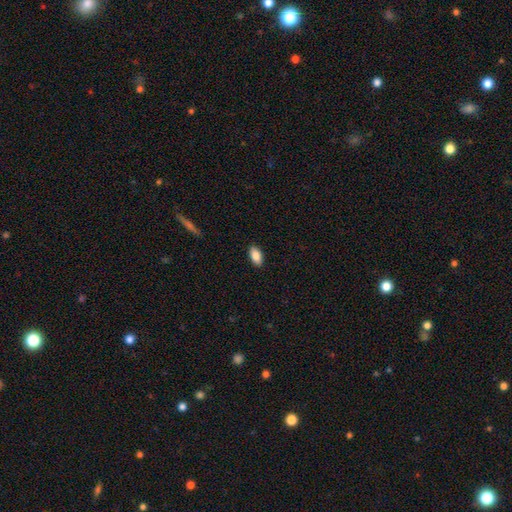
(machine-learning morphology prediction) Smooth or featured? smooth (87%)
How rounded? in between (93%)
Merging? none (89%)